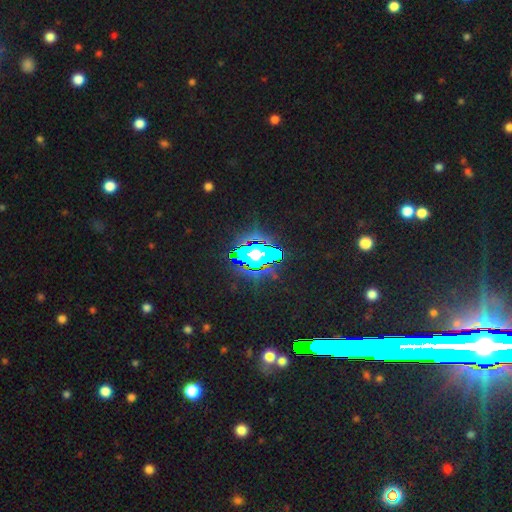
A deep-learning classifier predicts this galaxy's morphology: star or artifact 60%, smooth 23%, featured or disk 17%.